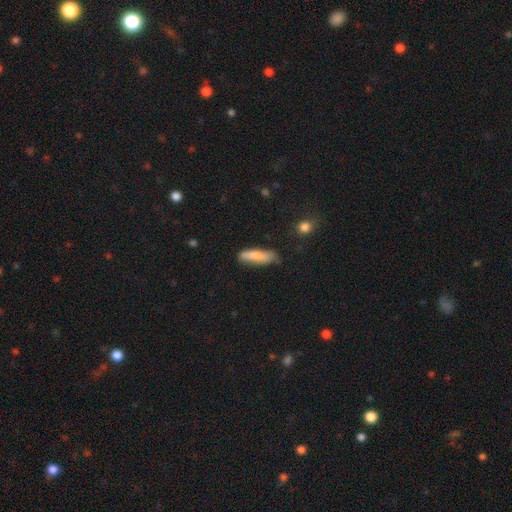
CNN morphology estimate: Smooth or featured: smooth — 82% (featured or disk — 12%)
How rounded: cigar-shaped — 68% (in between — 30%)
Merging: none — 66% (minor disturbance — 25%)